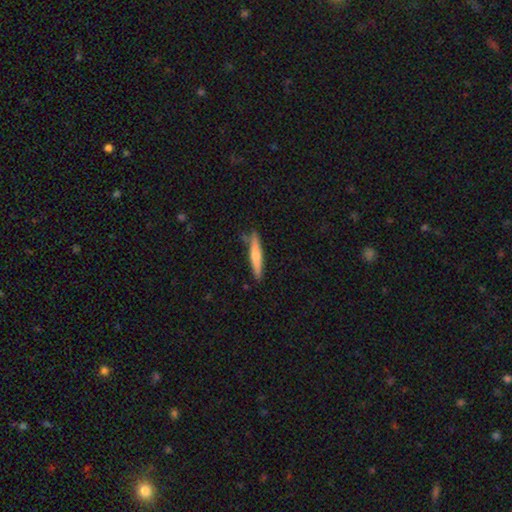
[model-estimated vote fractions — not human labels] Smooth or featured? smooth (59%)
How rounded? cigar-shaped (92%)
Merging? none (82%)